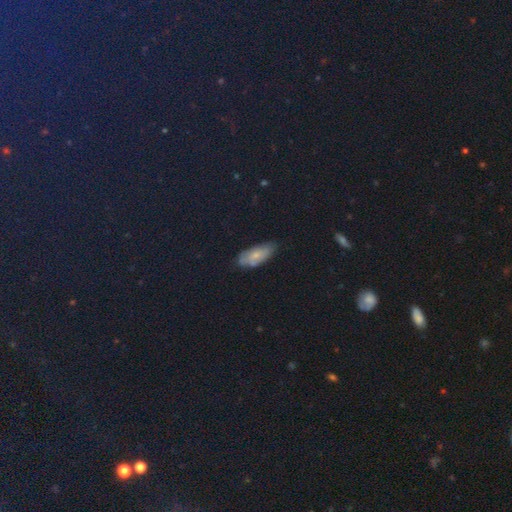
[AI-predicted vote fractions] Smooth or featured?
  - smooth: 58% *
  - featured or disk: 22%
  - star or artifact: 21%
How rounded?
  - in between: 83% *
  - cigar-shaped: 12%
  - round: 4%
Merging?
  - none: 70% *
  - minor disturbance: 22%
  - major disturbance: 5%
  - merger: 2%